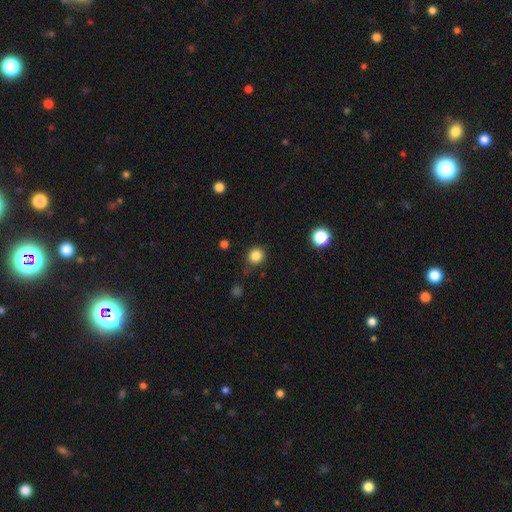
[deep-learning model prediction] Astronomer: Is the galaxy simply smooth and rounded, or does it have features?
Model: smooth — 84%.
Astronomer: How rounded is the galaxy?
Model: round — 89%.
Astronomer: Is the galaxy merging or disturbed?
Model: none — 81%.